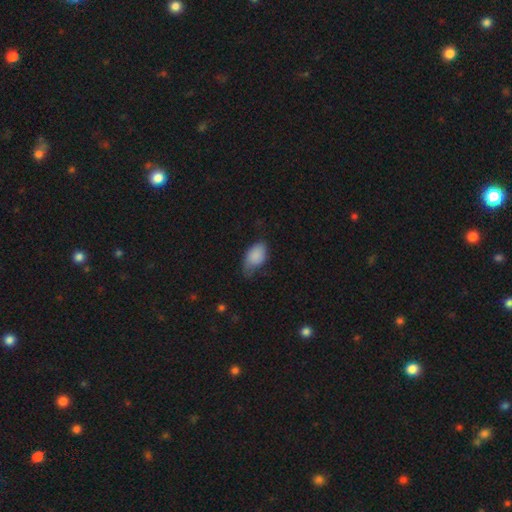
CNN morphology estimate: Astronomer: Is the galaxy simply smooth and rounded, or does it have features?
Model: smooth — 86%.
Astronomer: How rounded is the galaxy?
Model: in between — 92%.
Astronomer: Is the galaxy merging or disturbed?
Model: none — 45% (runner-up: minor disturbance, 42%).